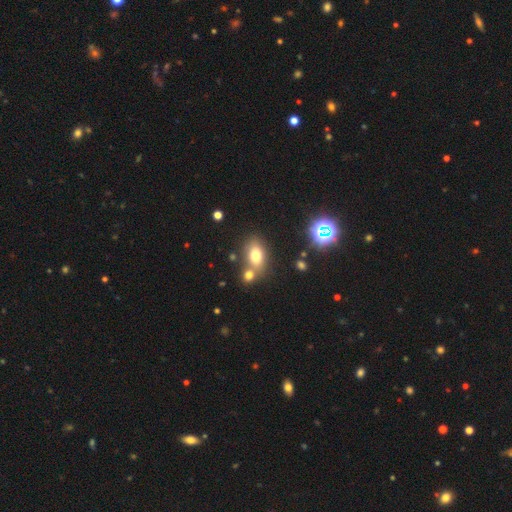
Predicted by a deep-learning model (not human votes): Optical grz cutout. It shows a smooth galaxy with no disk features (73%) that is in between round and cigar-shaped (81%). Merging: none (58%).